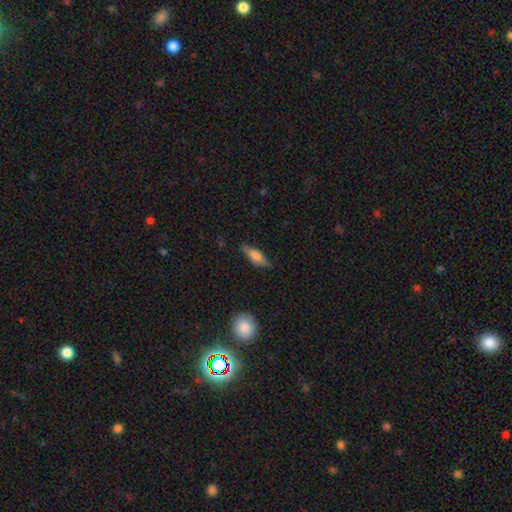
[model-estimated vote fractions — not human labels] This is possibly a smooth galaxy (57%). How rounded: possibly cigar-shaped (53%). Merging: likely none (80%).